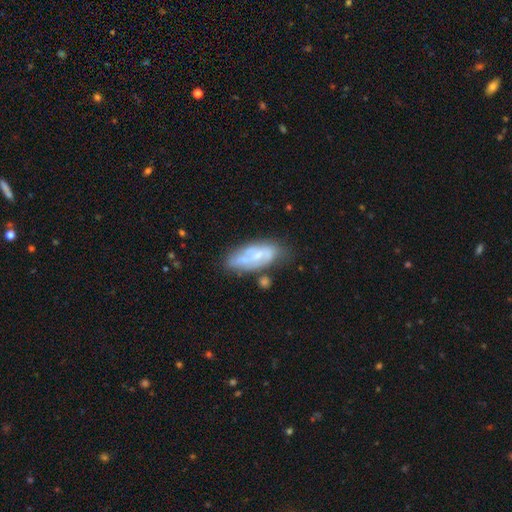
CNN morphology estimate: The model was most divided on "bar": no: 53%, weak: 36%, strong: 11%. More confident: edge-on disk — no (89%); spiral arms — yes (70%); smooth or featured — featured or disk (62%); bulge size — small (58%); merging — none (58%).